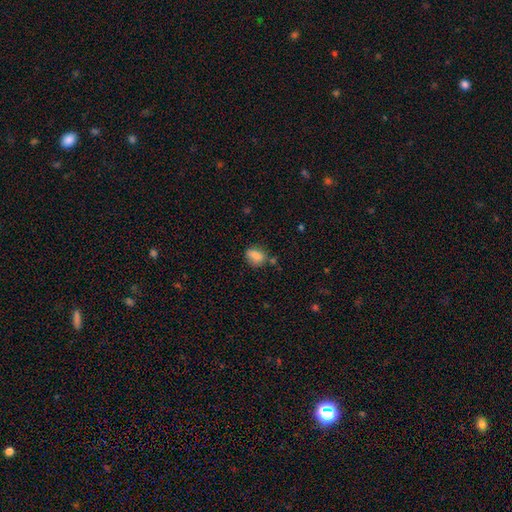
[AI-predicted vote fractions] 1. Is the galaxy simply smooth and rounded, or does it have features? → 81% smooth, 10% star or artifact, 9% featured or disk.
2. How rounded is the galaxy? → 59% in between, 38% round, 2% cigar-shaped.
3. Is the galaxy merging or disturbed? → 64% none, 22% minor disturbance, 8% merger, 6% major disturbance.